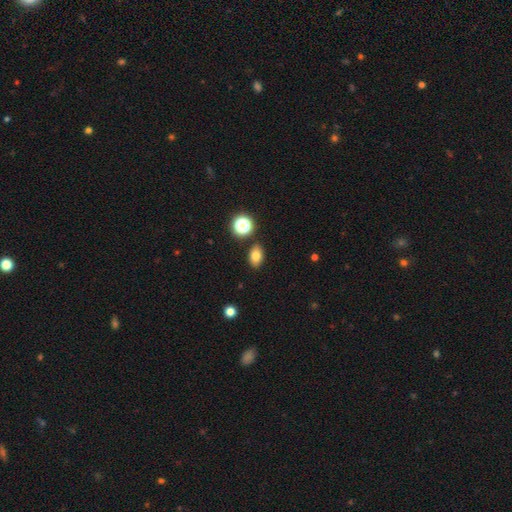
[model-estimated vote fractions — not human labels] Smooth or featured? smooth (79%)
How rounded? in between (82%)
Merging? none (85%)